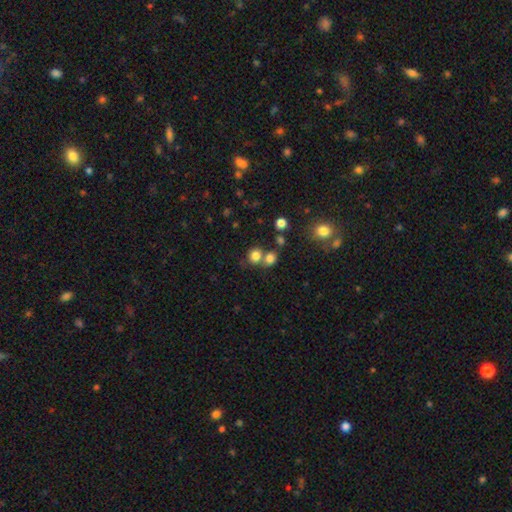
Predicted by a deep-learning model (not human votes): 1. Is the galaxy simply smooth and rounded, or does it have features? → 79% smooth, 14% star or artifact, 7% featured or disk.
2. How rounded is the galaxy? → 81% round, 18% in between, 1% cigar-shaped.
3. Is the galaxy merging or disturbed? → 57% none, 31% merger, 8% minor disturbance, 4% major disturbance.